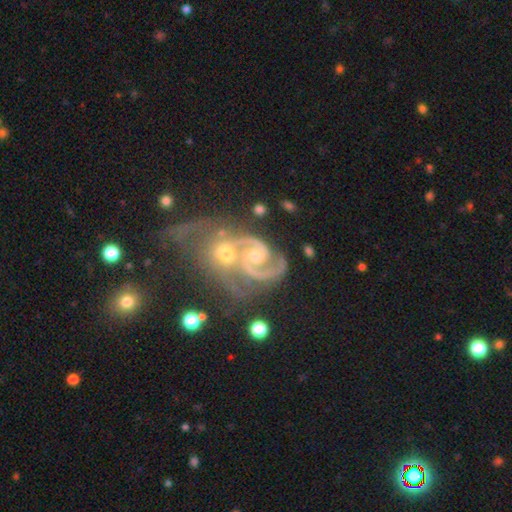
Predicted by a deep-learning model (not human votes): Smooth or featured? Predicted: featured or disk (p=0.89). Edge-on disk? Predicted: no (p=0.98). Bar? Predicted: no (p=0.57). Spiral arms? Predicted: yes (p=0.98). Spiral winding? Predicted: medium (p=0.57). Spiral arm count? Predicted: 2 (p=0.89). Bulge size? Predicted: moderate (p=0.57). Merging? Predicted: merger (p=0.46).